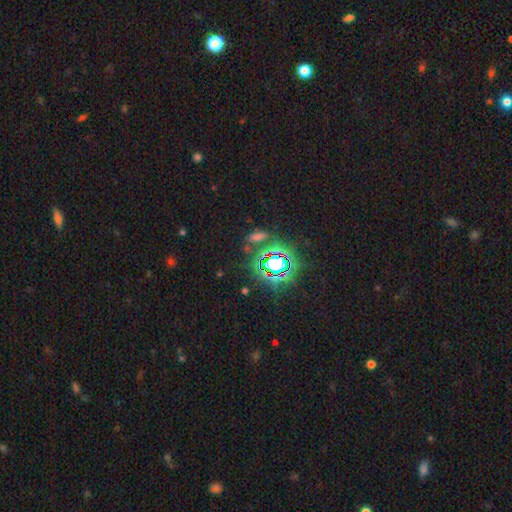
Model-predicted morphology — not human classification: A star or artifact, not a galaxy (78%).